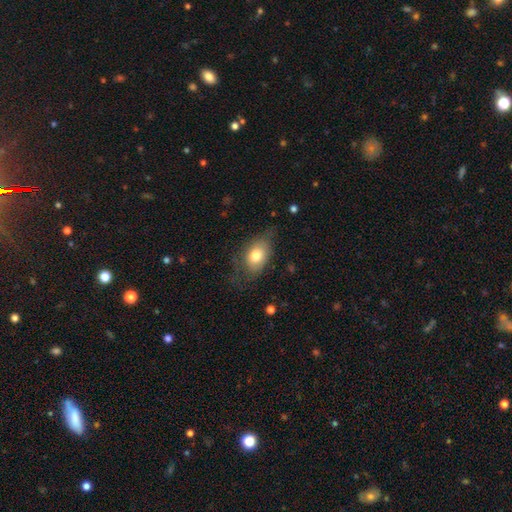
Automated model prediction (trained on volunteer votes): Q: Smooth or featured?
A: smooth (73%); runner-up: featured or disk (20%)
Q: How rounded?
A: in between (81%); runner-up: round (17%)
Q: Merging?
A: none (57%); runner-up: minor disturbance (27%)